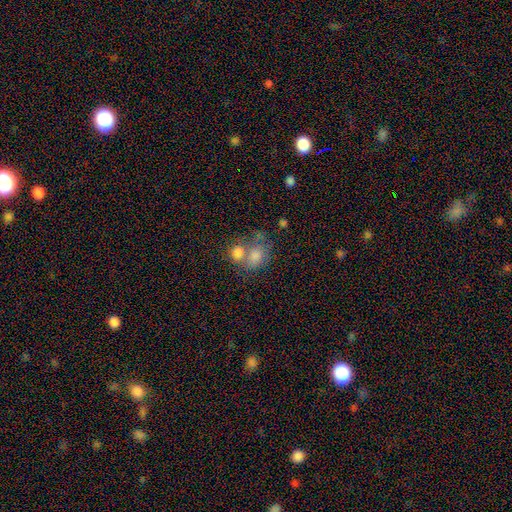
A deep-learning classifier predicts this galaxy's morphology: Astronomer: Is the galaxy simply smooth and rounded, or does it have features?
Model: smooth — 75%.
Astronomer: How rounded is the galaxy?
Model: round — 52% (runner-up: in between, 47%).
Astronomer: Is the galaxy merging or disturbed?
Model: merger — 55%.